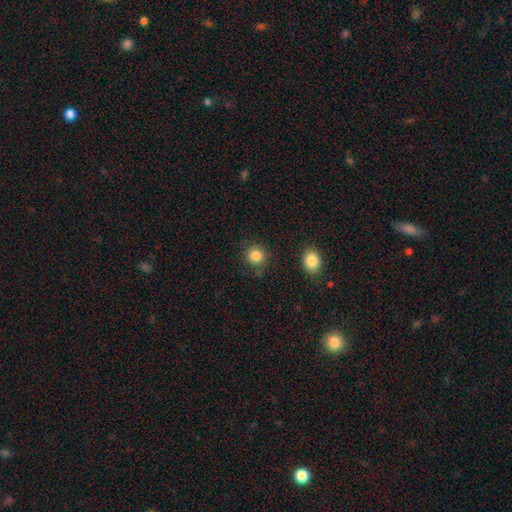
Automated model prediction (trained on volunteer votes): Smooth or featured? Predicted: smooth (p=0.86). How rounded? Predicted: round (p=0.89). Merging? Predicted: none (p=0.83).